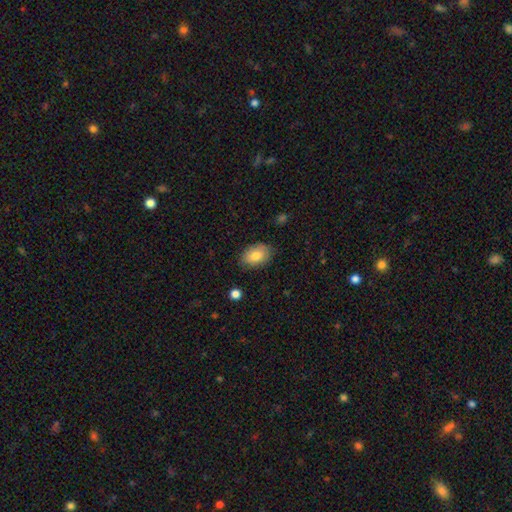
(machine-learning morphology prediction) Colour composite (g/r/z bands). It shows a smooth galaxy with no disk features (81%) that is in between round and cigar-shaped (85%). Merging: none (82%).